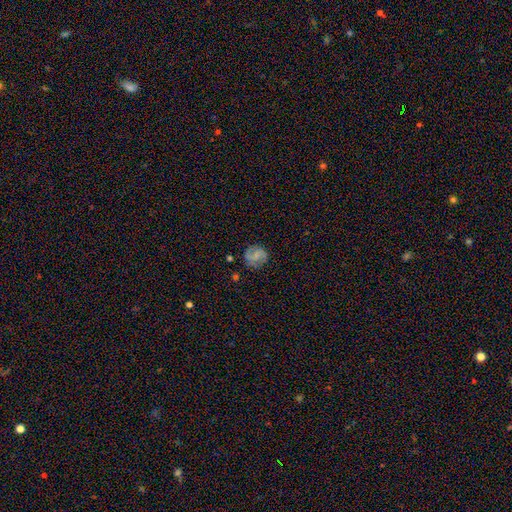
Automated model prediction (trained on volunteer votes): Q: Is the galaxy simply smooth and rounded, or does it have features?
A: featured or disk — 48%.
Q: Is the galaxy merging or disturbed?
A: none — 76%.